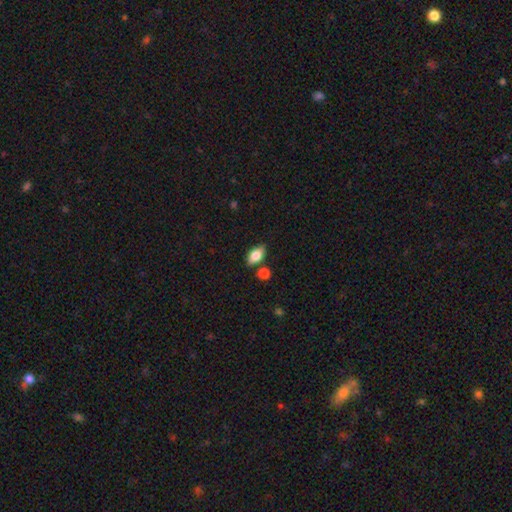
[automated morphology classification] Overall: smooth (79%). How rounded: in between (88%). Merging: none (78%).